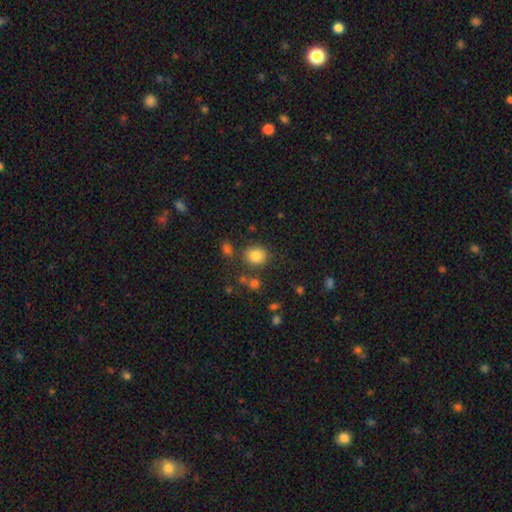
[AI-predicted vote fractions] Smooth or featured?
  - smooth: 84% *
  - star or artifact: 11%
  - featured or disk: 6%
How rounded?
  - round: 71% *
  - in between: 28%
  - cigar-shaped: 1%
Merging?
  - none: 76% *
  - minor disturbance: 12%
  - merger: 7%
  - major disturbance: 5%